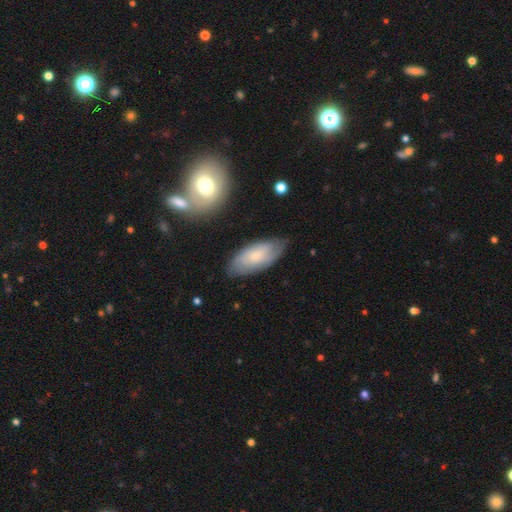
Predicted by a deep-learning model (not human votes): Overall: smooth (53%; featured or disk 40%). How rounded: in between (89%). Merging: none (74%).